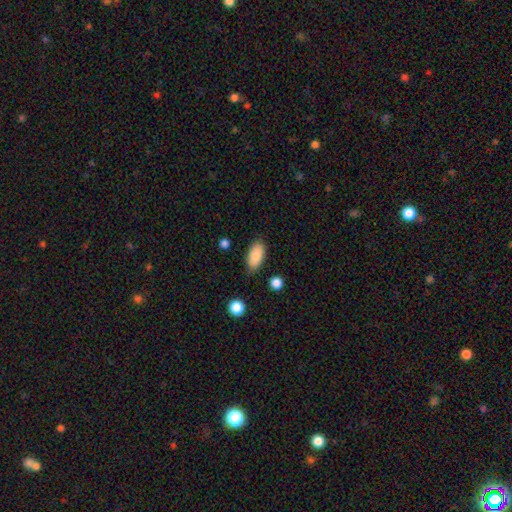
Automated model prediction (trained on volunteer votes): This is clearly a smooth galaxy (87%). How rounded: clearly in between (91%). Merging: clearly none (81%).